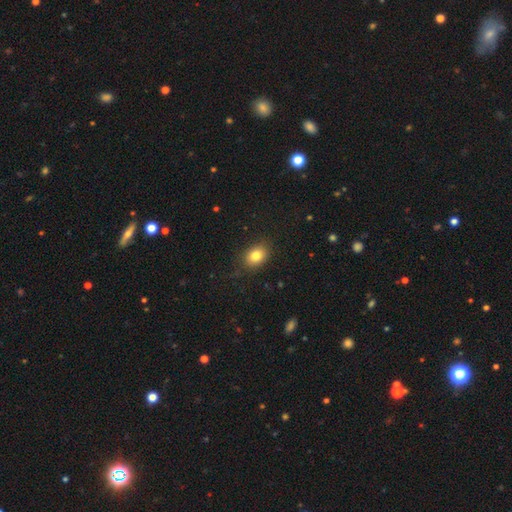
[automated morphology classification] smooth 82%, star or artifact 11%, featured or disk 8%. Down the decision tree: how rounded — in between (62%); merging — none (84%).